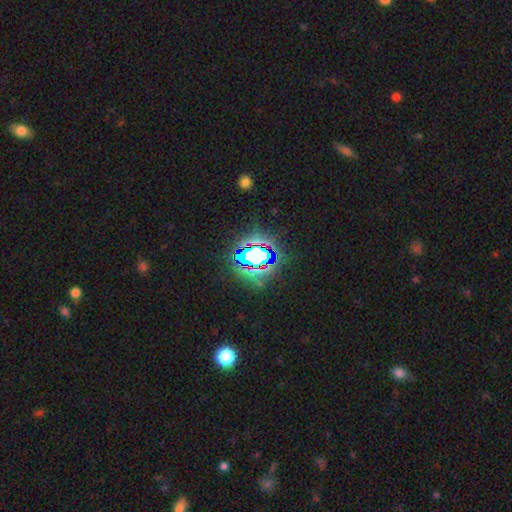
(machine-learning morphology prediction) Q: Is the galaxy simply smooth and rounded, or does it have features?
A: star or artifact — 73%.